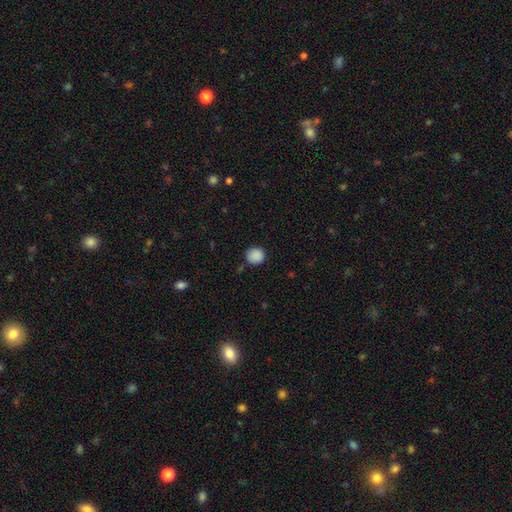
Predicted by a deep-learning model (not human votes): Smooth or featured?
  - smooth: 88% *
  - star or artifact: 9%
  - featured or disk: 3%
How rounded?
  - round: 87% *
  - in between: 12%
  - cigar-shaped: 1%
Merging?
  - none: 84% *
  - minor disturbance: 11%
  - major disturbance: 3%
  - merger: 2%